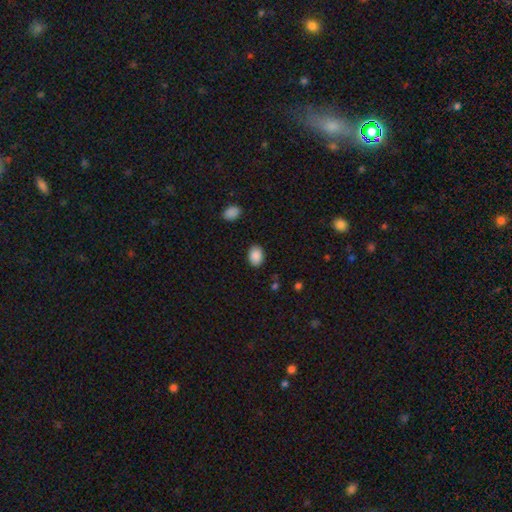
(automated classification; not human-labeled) A smooth galaxy with no disk features (88%) that is in between round and cigar-shaped (75%).

Vote fractions:
- Smooth or featured? smooth: 88% / star or artifact: 8% / featured or disk: 4%
- How rounded? in between: 75% / round: 24% / cigar-shaped: 1%
- Merging? none: 87% / minor disturbance: 9% / major disturbance: 2% / merger: 1%